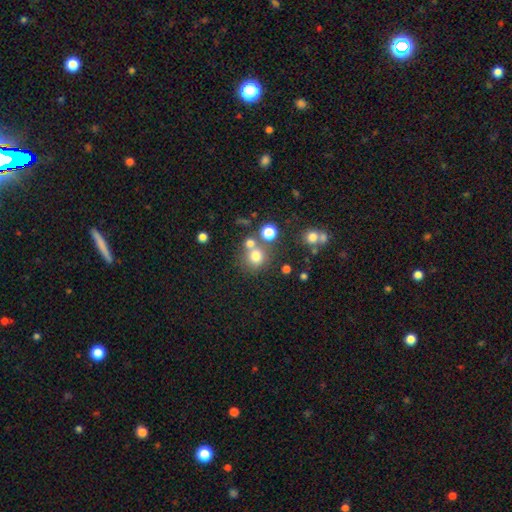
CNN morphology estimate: Q: Smooth or featured?
A: smooth (73%); runner-up: star or artifact (17%)
Q: How rounded?
A: round (86%); runner-up: in between (13%)
Q: Merging?
A: none (60%); runner-up: merger (25%)